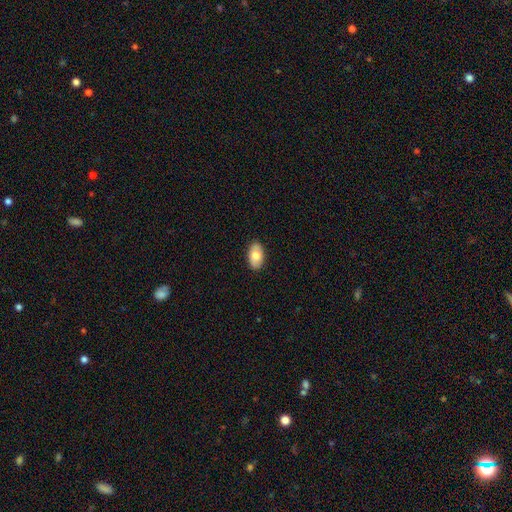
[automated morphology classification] smooth-or-featured: smooth: 73% | featured or disk: 21% | star or artifact: 6%
  how-rounded: in between: 93% | round: 5% | cigar-shaped: 2%
  merging: none: 89% | minor disturbance: 9% | major disturbance: 2% | merger: 1%